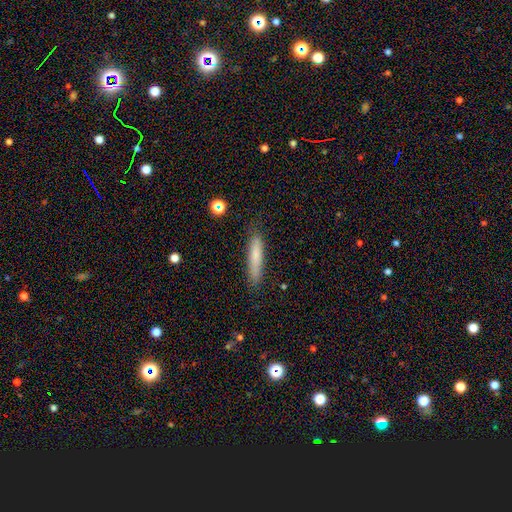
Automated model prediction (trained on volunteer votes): smooth 76%, featured or disk 17%, star or artifact 7%. Down the decision tree: how rounded — cigar-shaped (90%); merging — none (82%).